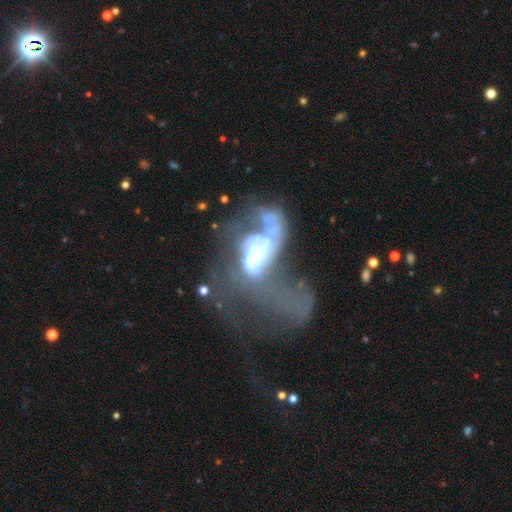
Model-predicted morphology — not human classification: Smooth or featured? featured or disk (72%)
Edge-on disk? no (97%)
Bar? no (70%)
Spiral arms? no (64%)
Bulge size? moderate (50%)
Merging? major disturbance (47%)